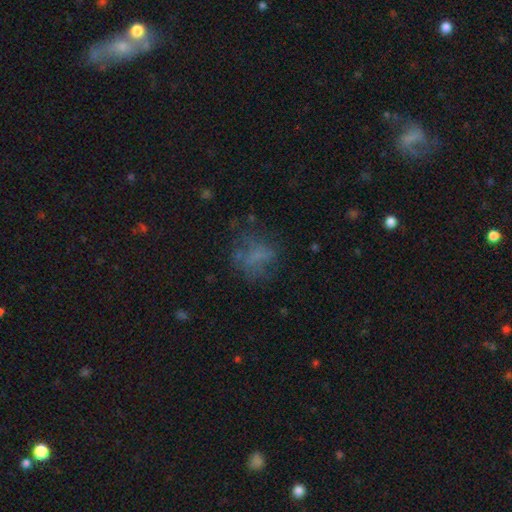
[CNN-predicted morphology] Smooth or featured: smooth — 48% (featured or disk — 30%)
Merging: none — 54% (major disturbance — 24%)